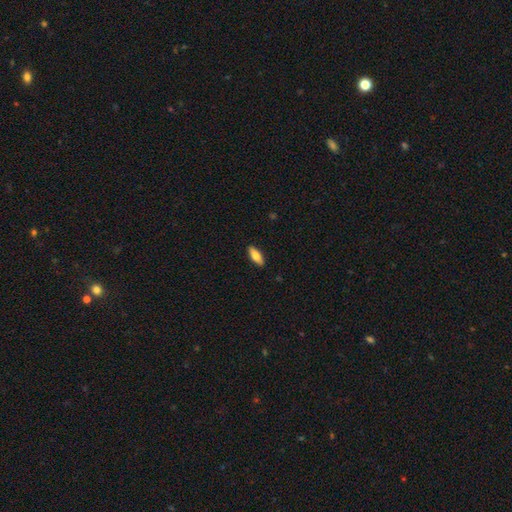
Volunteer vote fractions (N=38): Smooth or featured? smooth (61%)
How rounded? in between (65%)
Merging? none (92%)